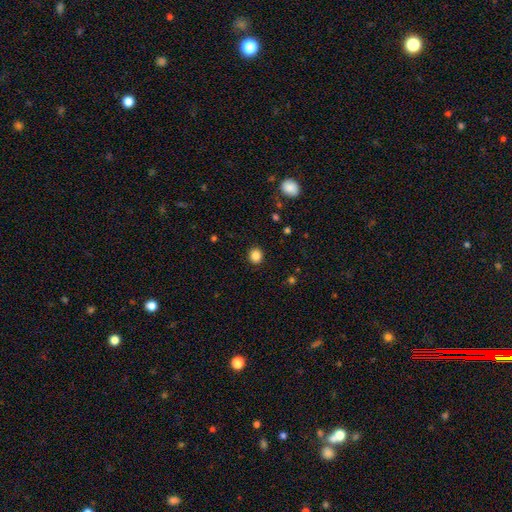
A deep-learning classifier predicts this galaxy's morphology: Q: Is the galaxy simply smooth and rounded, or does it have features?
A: smooth — 85%.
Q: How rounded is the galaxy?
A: round — 85%.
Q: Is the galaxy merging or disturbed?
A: none — 91%.